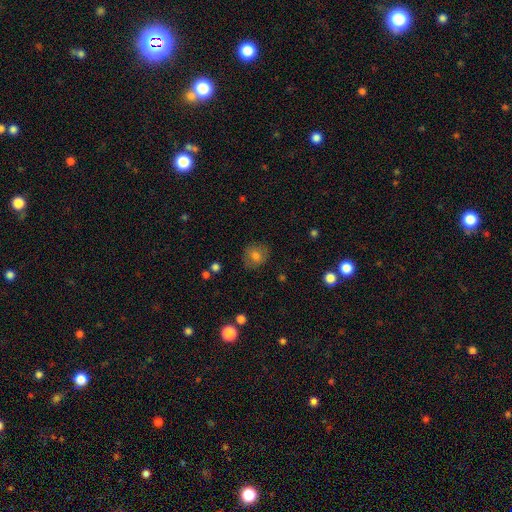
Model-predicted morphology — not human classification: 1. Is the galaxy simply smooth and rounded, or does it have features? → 72% smooth, 17% featured or disk, 10% star or artifact.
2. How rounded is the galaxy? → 75% round, 24% in between, 1% cigar-shaped.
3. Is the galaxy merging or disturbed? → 80% none, 14% minor disturbance, 5% major disturbance, 1% merger.